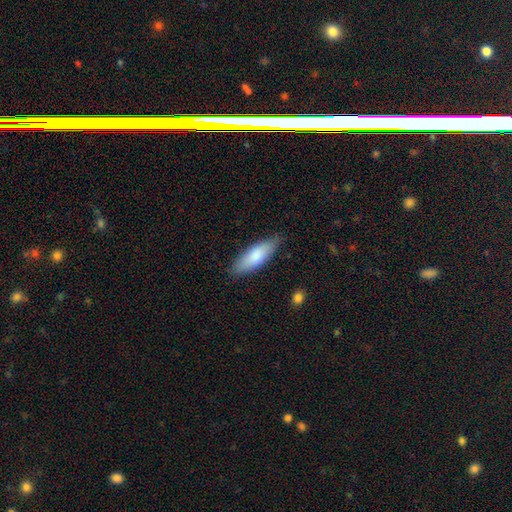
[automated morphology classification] Smooth or featured?
  - smooth: 81% *
  - featured or disk: 13%
  - star or artifact: 5%
How rounded?
  - in between: 55% *
  - cigar-shaped: 44%
  - round: 2%
Merging?
  - none: 84% *
  - minor disturbance: 12%
  - major disturbance: 2%
  - merger: 1%